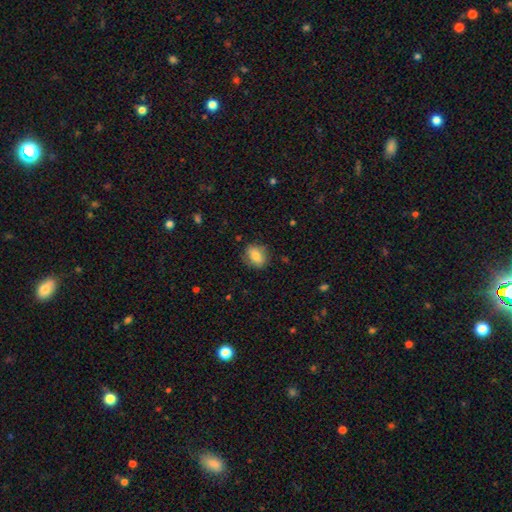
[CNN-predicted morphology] The model was most divided on "how rounded": in between: 63%, round: 35%, cigar-shaped: 2%. More confident: smooth or featured — smooth (80%); merging — none (79%).